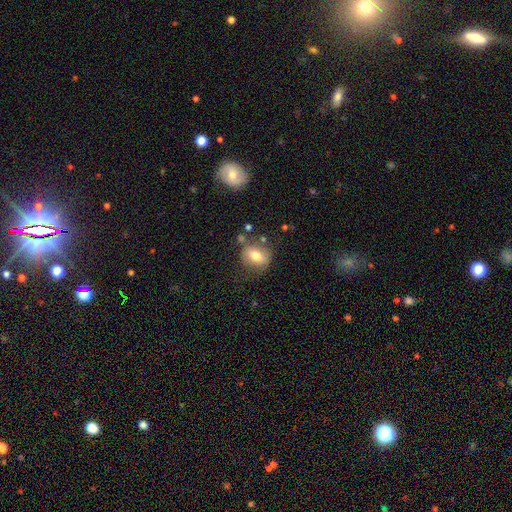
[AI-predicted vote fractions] Smooth or featured? Predicted: smooth (p=0.72). How rounded? Predicted: round (p=0.50). Merging? Predicted: none (p=0.69).